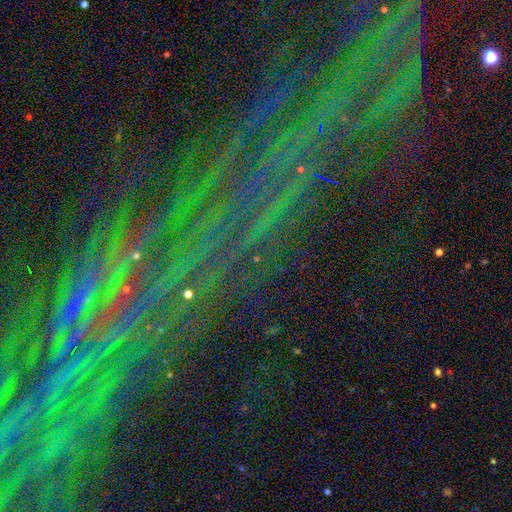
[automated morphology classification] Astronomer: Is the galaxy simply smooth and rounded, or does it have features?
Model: star or artifact — 80%.